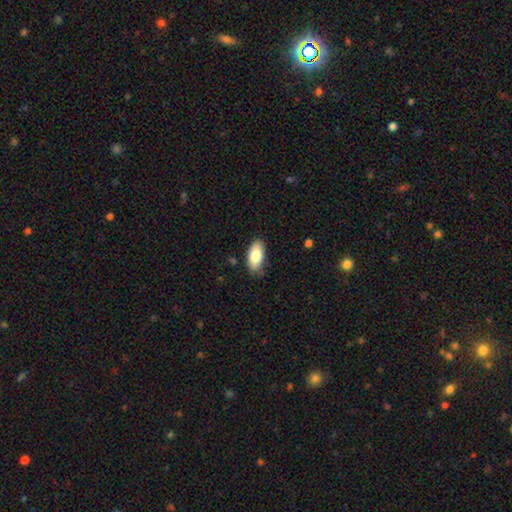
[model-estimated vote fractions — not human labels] A smooth galaxy with no disk features (82%) that is in between round and cigar-shaped (92%).

Vote fractions:
- Smooth or featured? smooth: 82% / featured or disk: 12% / star or artifact: 7%
- How rounded? in between: 92% / cigar-shaped: 5% / round: 3%
- Merging? none: 81% / minor disturbance: 15% / major disturbance: 3% / merger: 1%